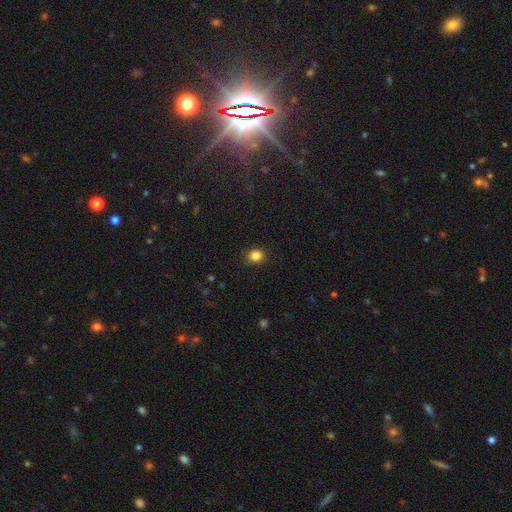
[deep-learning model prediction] A smooth galaxy with no disk features (86%) that is round (67%). Merging: none (89%).